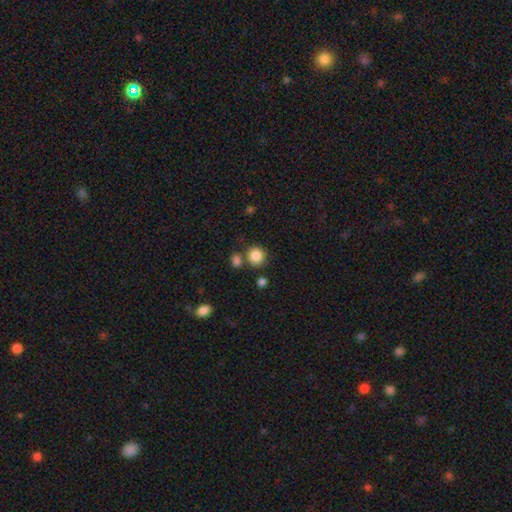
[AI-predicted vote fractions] Smooth or featured? smooth (86%)
How rounded? round (87%)
Merging? none (72%)